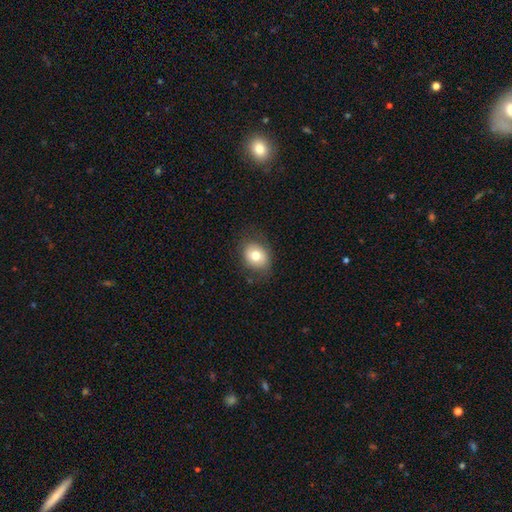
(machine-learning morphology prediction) Smooth or featured?
  - smooth: 74% *
  - featured or disk: 17%
  - star or artifact: 9%
How rounded?
  - round: 50% *
  - in between: 49%
  - cigar-shaped: 1%
Merging?
  - none: 78% *
  - minor disturbance: 16%
  - major disturbance: 5%
  - merger: 1%